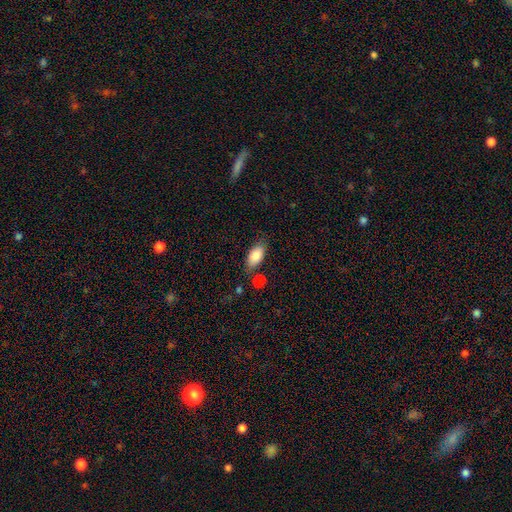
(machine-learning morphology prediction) smooth 87%, star or artifact 7%, featured or disk 6%. Down the decision tree: how rounded — in between (92%); merging — none (70%).